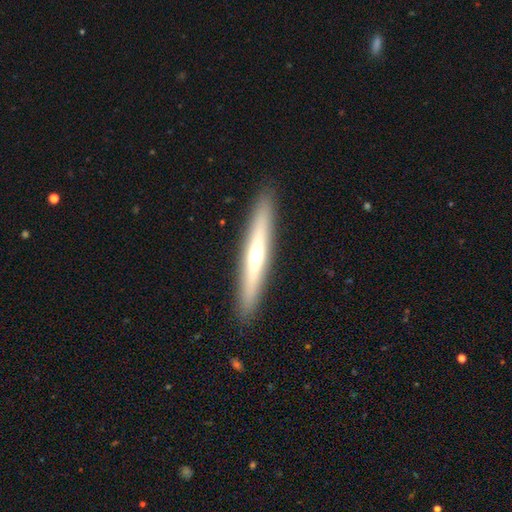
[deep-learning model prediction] Q: Smooth or featured?
A: featured or disk (59%); runner-up: smooth (35%)
Q: Edge-on disk?
A: yes (94%); runner-up: no (6%)
Q: Edge-on bulge?
A: rounded (82%); runner-up: none (16%)
Q: Merging?
A: none (92%); runner-up: minor disturbance (5%)